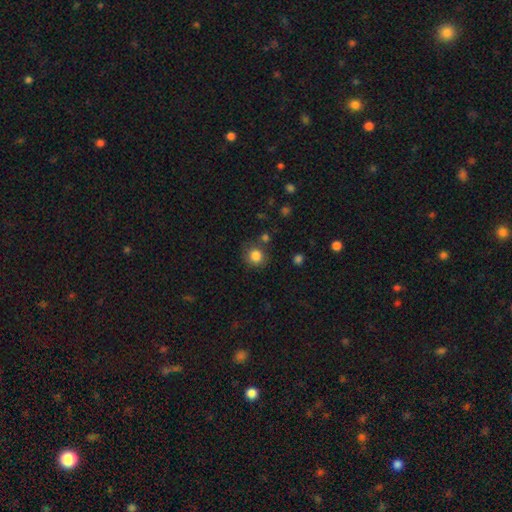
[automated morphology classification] smooth-or-featured: smooth: 84% | star or artifact: 11% | featured or disk: 6%
  how-rounded: round: 87% | in between: 12% | cigar-shaped: 1%
  merging: none: 76% | minor disturbance: 13% | merger: 6% | major disturbance: 4%